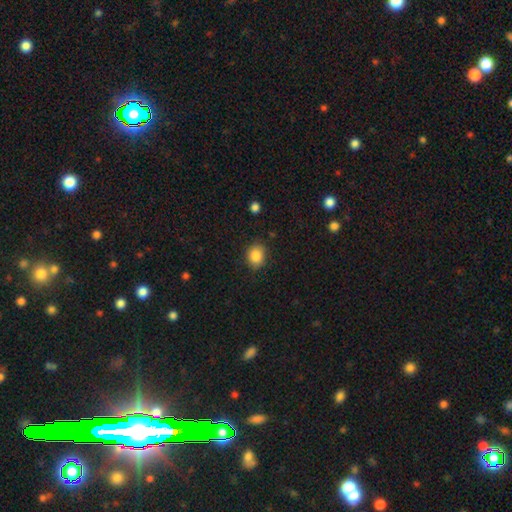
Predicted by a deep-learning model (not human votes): Smooth or featured? Predicted: smooth (p=0.86). How rounded? Predicted: round (p=0.62). Merging? Predicted: none (p=0.82).